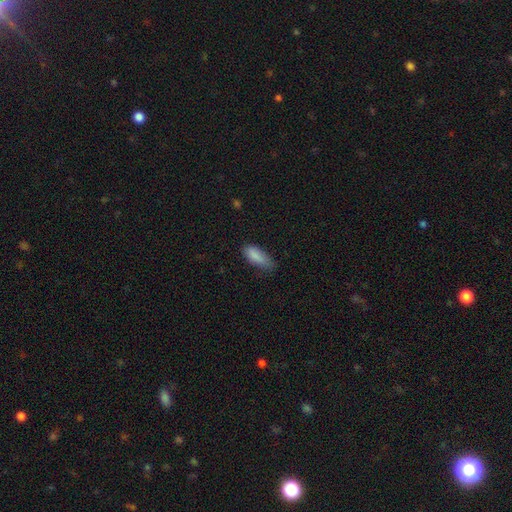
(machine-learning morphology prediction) A smooth galaxy with no disk features (87%) that is in between round and cigar-shaped (73%). Merging: none (61%).